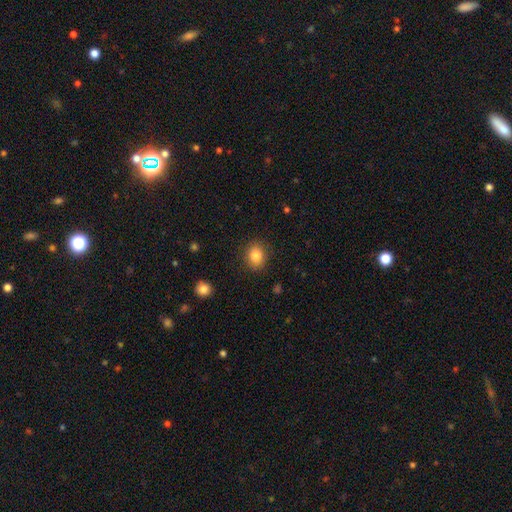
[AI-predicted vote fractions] This appears to be a smooth galaxy with no disk features (84%) that is round (60%). Merging: none (87%).